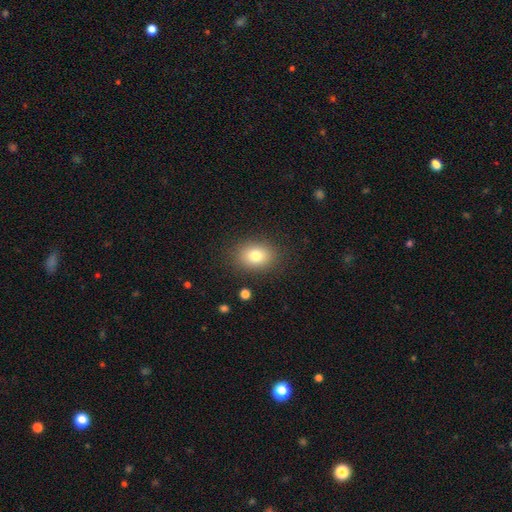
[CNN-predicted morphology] Smooth or featured? smooth (79%)
How rounded? in between (61%)
Merging? none (86%)